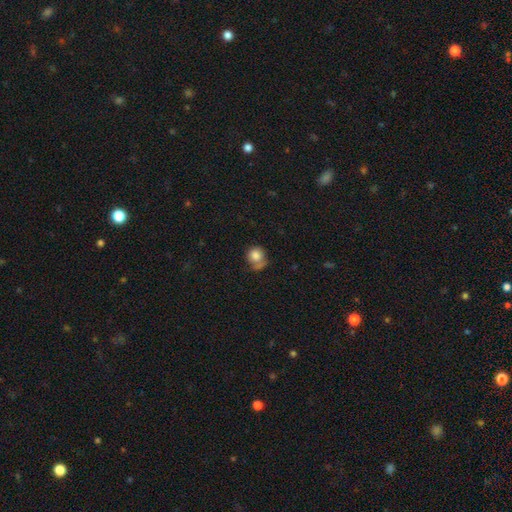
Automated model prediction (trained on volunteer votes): smooth-or-featured: smooth: 80% | featured or disk: 11% | star or artifact: 9%
  how-rounded: round: 83% | in between: 16% | cigar-shaped: 1%
  merging: none: 49% | minor disturbance: 26% | major disturbance: 14% | merger: 11%